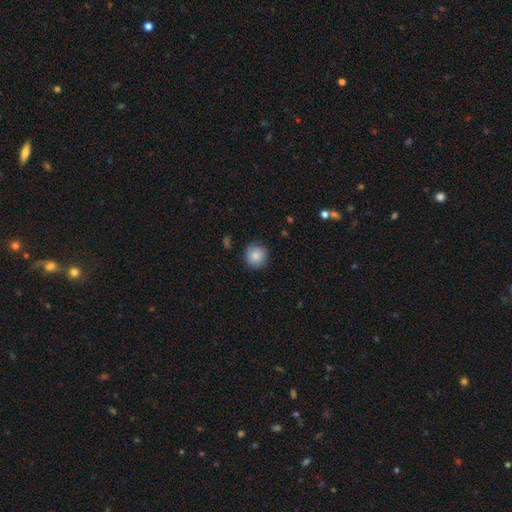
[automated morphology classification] type=smooth (86%); roundness=round (94%); merging=none (87%).